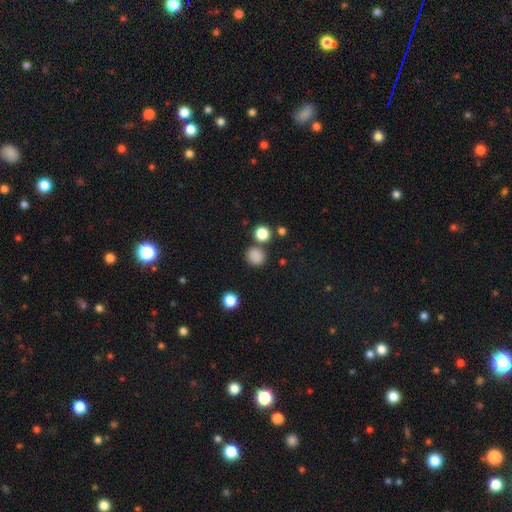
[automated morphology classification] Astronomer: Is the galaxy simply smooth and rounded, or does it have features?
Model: smooth — 84%.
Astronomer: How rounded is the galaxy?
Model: round — 84%.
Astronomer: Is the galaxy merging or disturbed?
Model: none — 77%.